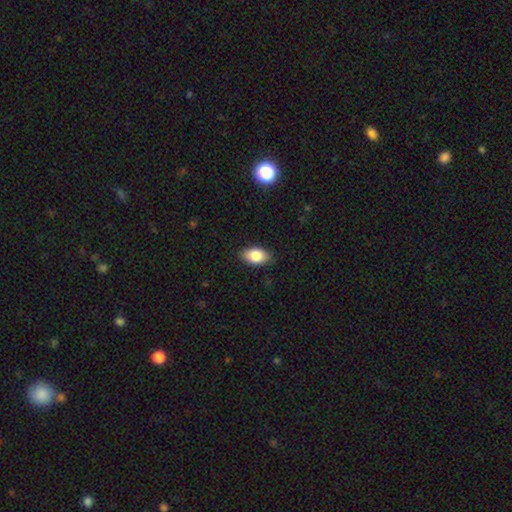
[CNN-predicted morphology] Smooth or featured? Predicted: smooth (p=0.85). How rounded? Predicted: in between (p=0.92). Merging? Predicted: none (p=0.87).